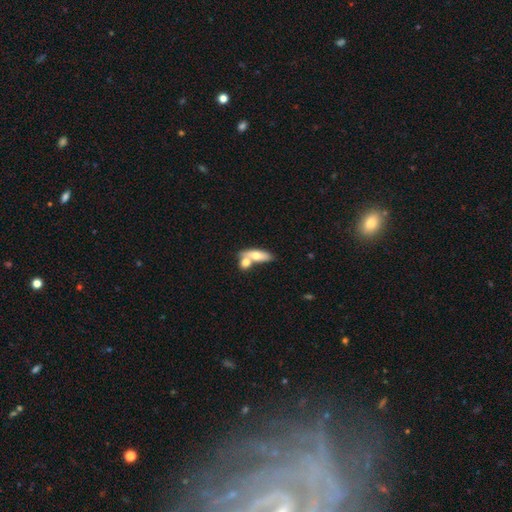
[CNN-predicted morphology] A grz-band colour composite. It shows a smooth galaxy with no disk features (66%) that is in between round and cigar-shaped (67%). Merging: merger (52%).